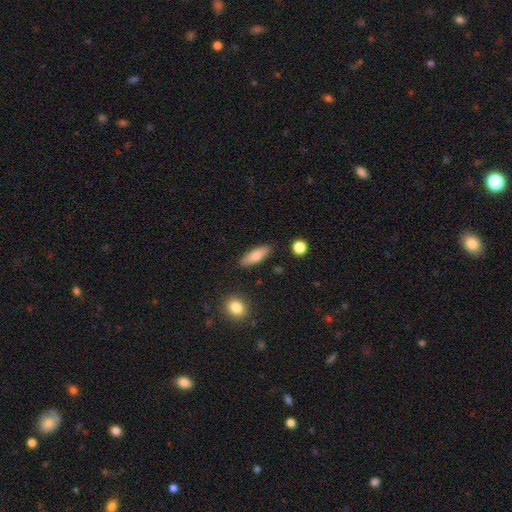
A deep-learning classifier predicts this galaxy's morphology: Overall: smooth (77%). How rounded: in between (60%; cigar-shaped 37%). Merging: none (87%).